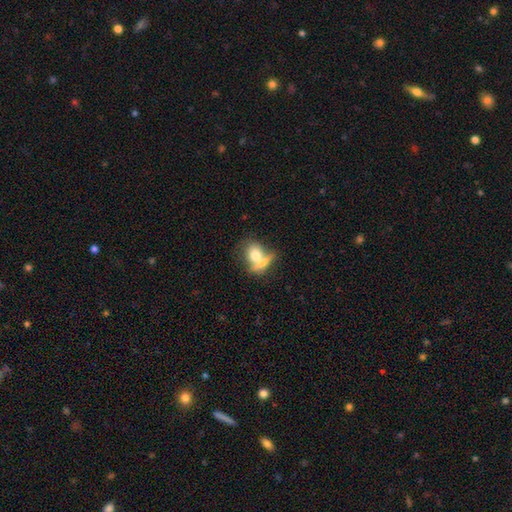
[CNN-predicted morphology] Q: Smooth or featured?
A: smooth (72%); runner-up: featured or disk (20%)
Q: How rounded?
A: in between (53%); runner-up: round (43%)
Q: Merging?
A: merger (57%); runner-up: none (26%)